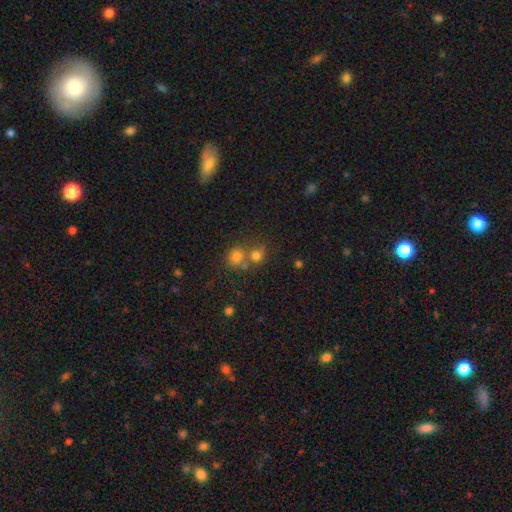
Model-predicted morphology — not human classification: Overall: smooth (71%). How rounded: round (79%). Merging: none (47%; merger 42%).